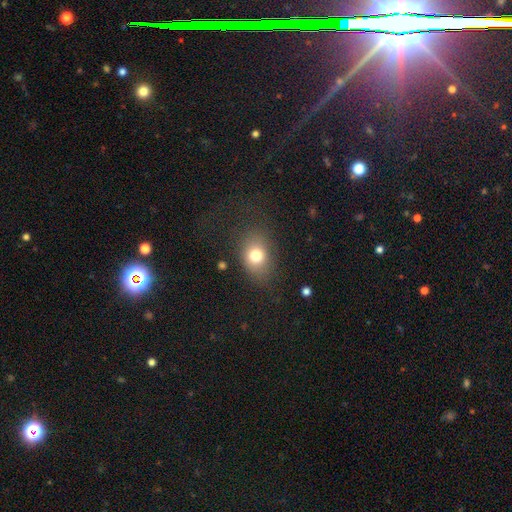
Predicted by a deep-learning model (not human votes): A smooth galaxy with no disk features (77%) that is in between round and cigar-shaped (59%).

Vote fractions:
- Smooth or featured? smooth: 77% / featured or disk: 12% / star or artifact: 12%
- How rounded? in between: 59% / round: 39% / cigar-shaped: 1%
- Merging? none: 74% / minor disturbance: 16% / major disturbance: 9% / merger: 2%